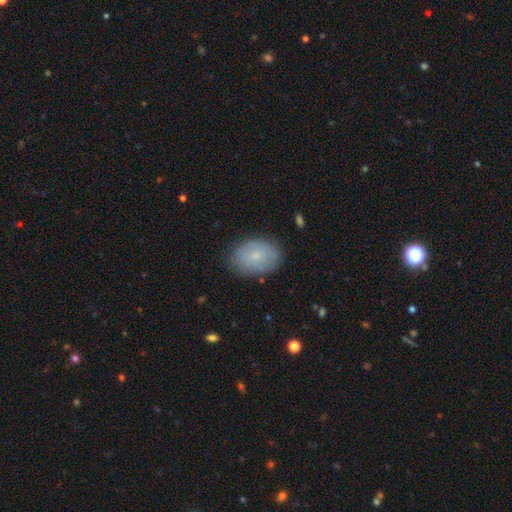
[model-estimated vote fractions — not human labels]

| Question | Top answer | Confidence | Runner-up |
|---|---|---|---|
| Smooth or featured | smooth | 72% | featured or disk (21%) |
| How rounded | in between | 78% | round (21%) |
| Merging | none | 82% | minor disturbance (14%) |